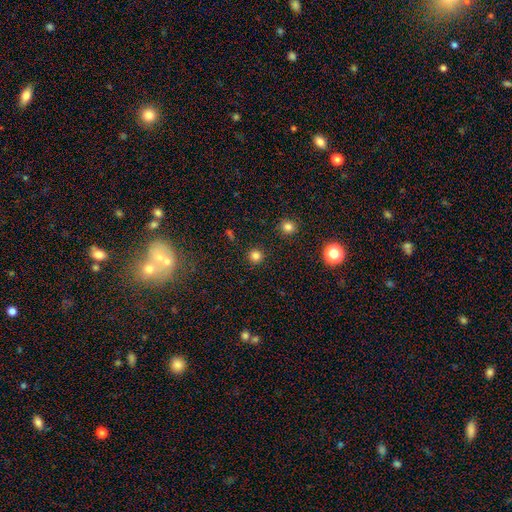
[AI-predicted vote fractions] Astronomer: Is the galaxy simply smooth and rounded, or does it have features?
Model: smooth — 81%.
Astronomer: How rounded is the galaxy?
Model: round — 95%.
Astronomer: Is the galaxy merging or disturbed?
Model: none — 91%.